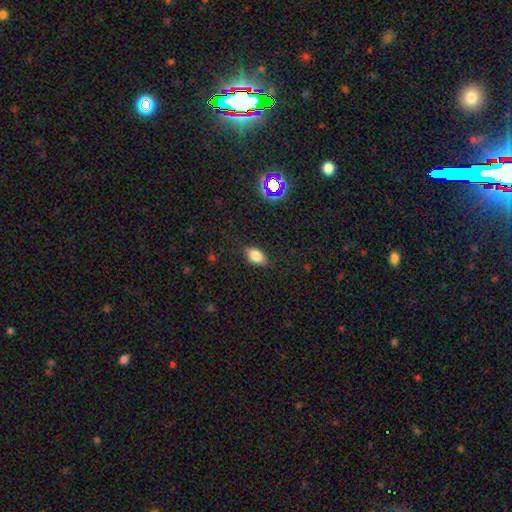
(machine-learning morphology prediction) smooth-or-featured: smooth: 81% | star or artifact: 11% | featured or disk: 8%
  how-rounded: in between: 87% | round: 10% | cigar-shaped: 3%
  merging: none: 82% | minor disturbance: 13% | major disturbance: 3% | merger: 1%